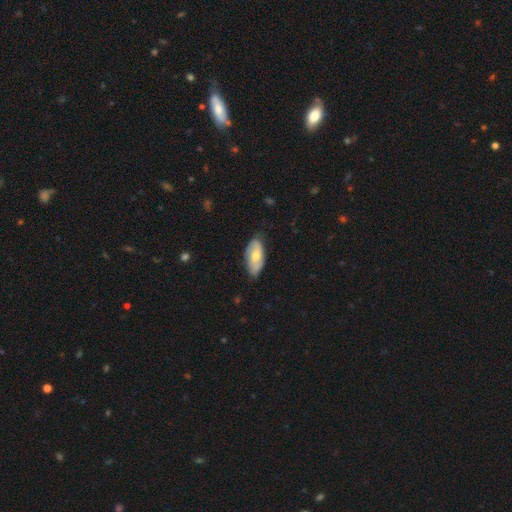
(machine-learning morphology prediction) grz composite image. It shows a smooth galaxy with no disk features (54%) that is in between round and cigar-shaped (90%). Merging: none (75%).